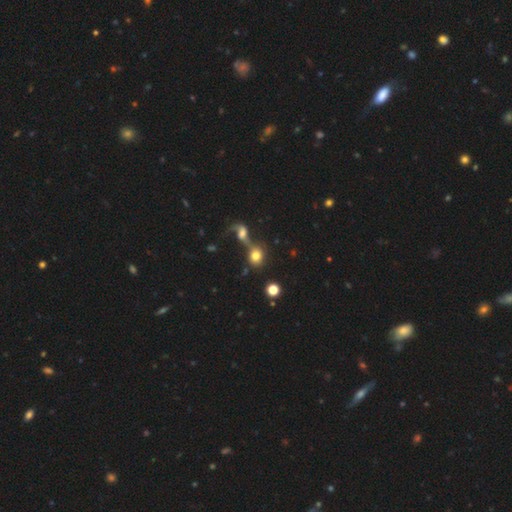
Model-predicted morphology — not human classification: This appears to be a smooth galaxy with no disk features (72%) that is round (76%). Merging: merger (51%).